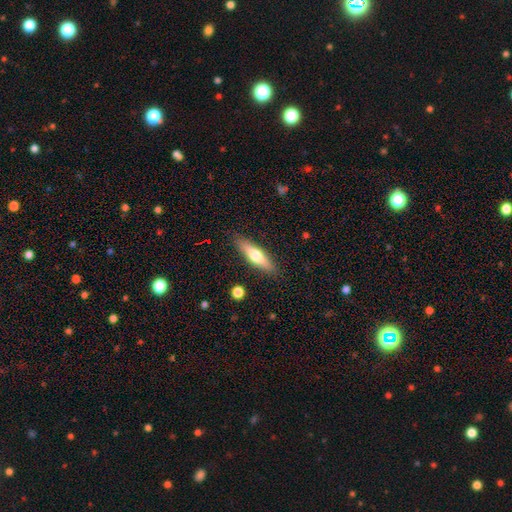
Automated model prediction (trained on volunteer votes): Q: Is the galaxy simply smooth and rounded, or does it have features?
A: smooth — 53%.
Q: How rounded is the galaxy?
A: cigar-shaped — 72%.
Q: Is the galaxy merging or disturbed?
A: none — 88%.